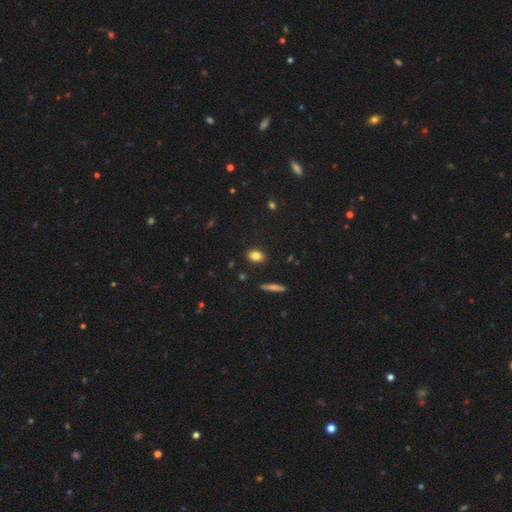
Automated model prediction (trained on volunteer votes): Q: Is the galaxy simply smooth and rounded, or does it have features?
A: smooth — 82%.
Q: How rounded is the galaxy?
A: in between — 68%.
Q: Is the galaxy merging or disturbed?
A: none — 88%.